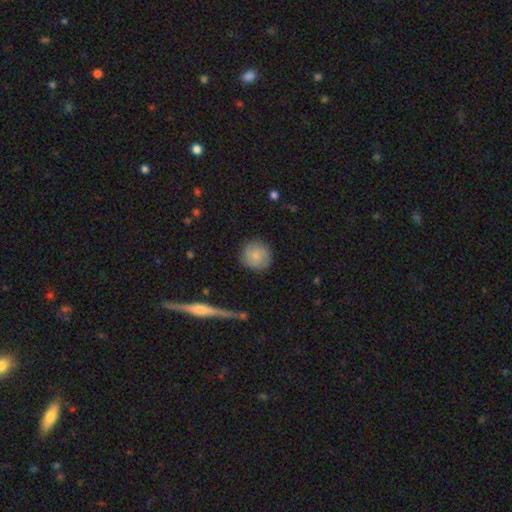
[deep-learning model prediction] smooth_or_featured: smooth (p=0.78) [alt: featured or disk p=0.15]
how_rounded: round (p=0.93) [alt: in between p=0.05]
merging: none (p=0.86) [alt: minor disturbance p=0.10]